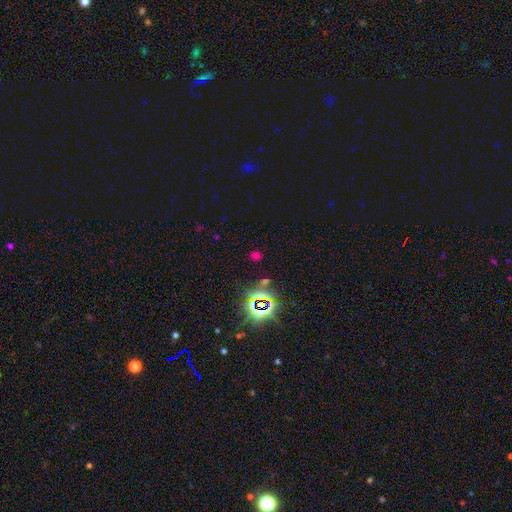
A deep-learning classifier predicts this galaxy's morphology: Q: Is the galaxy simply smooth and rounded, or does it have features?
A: star or artifact — 58%.